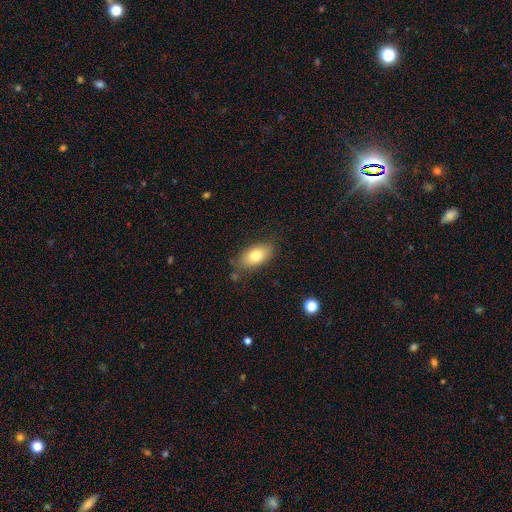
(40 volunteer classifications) Smooth or featured?
  - smooth: 75% *
  - featured or disk: 20%
  - star or artifact: 5%
How rounded?
  - in between: 87% *
  - round: 13%
  - cigar-shaped: 0%
Merging?
  - none: 63% *
  - minor disturbance: 24%
  - merger: 11%
  - major disturbance: 3%